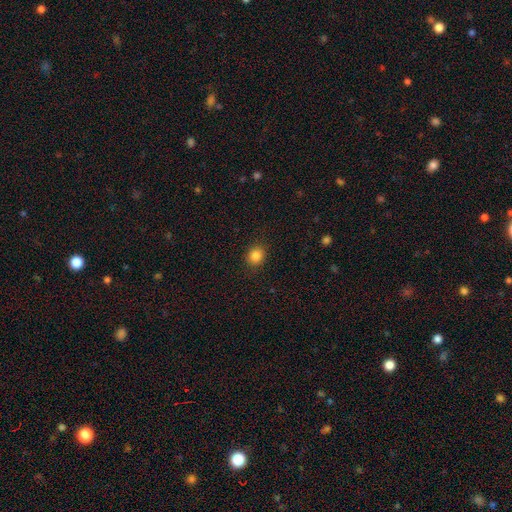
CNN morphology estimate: Smooth or featured: smooth — 85% (star or artifact — 11%)
How rounded: round — 72% (in between — 27%)
Merging: none — 88% (minor disturbance — 8%)